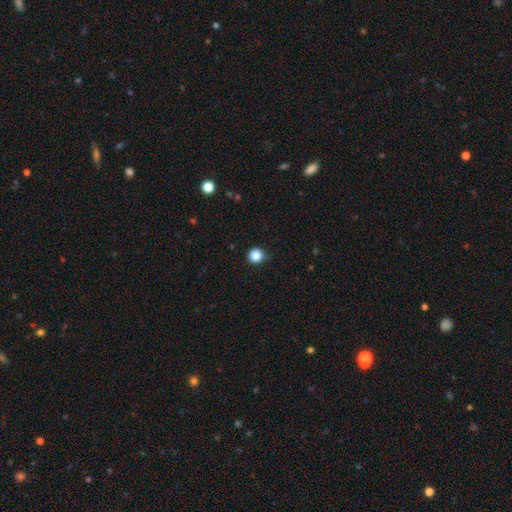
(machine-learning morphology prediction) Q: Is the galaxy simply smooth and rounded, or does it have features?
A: smooth — 85%.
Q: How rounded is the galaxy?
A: round — 93%.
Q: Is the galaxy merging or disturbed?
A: none — 85%.